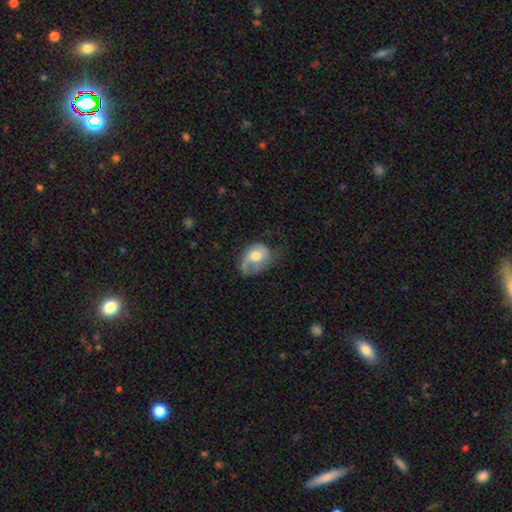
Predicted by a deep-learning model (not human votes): The model was most divided on "merging": none: 33%, major disturbance: 32%, minor disturbance: 32%, merger: 3%. More confident: how rounded — in between (71%); smooth or featured — smooth (53%).